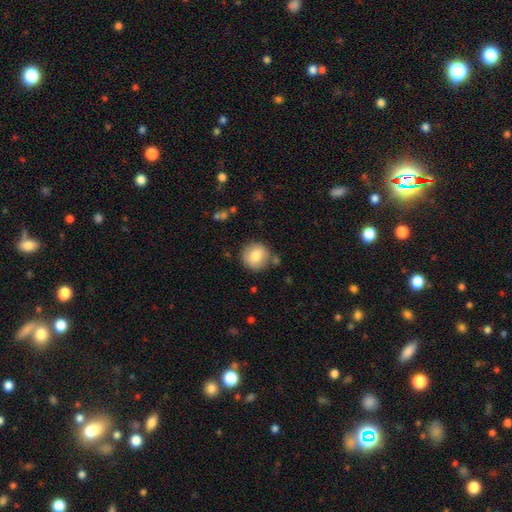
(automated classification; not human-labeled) smooth 81%, featured or disk 12%, star or artifact 8%. Down the decision tree: how rounded — round (92%); merging — none (81%).